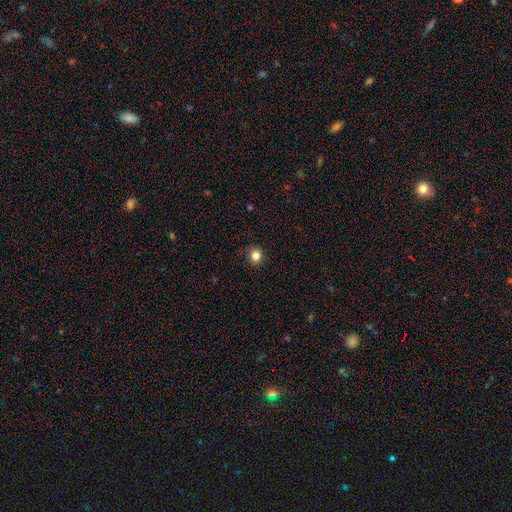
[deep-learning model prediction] A smooth galaxy with no disk features (83%) that is round (88%). Merging: none (91%).